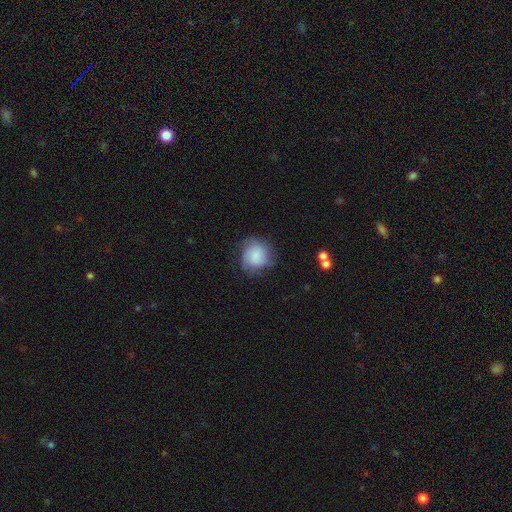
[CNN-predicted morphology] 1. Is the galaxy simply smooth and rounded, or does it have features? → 74% smooth, 18% featured or disk, 8% star or artifact.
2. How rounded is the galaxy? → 82% round, 17% in between, 1% cigar-shaped.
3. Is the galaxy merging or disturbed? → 63% none, 25% minor disturbance, 9% major disturbance, 2% merger.